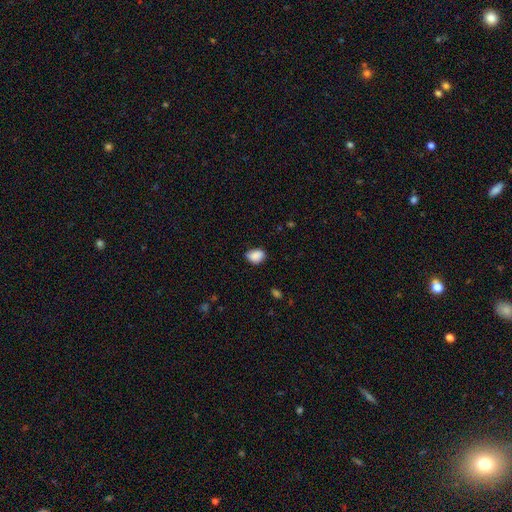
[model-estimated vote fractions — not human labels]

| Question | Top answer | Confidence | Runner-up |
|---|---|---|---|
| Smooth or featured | smooth | 89% | star or artifact (8%) |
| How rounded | in between | 73% | round (26%) |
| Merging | none | 76% | minor disturbance (19%) |